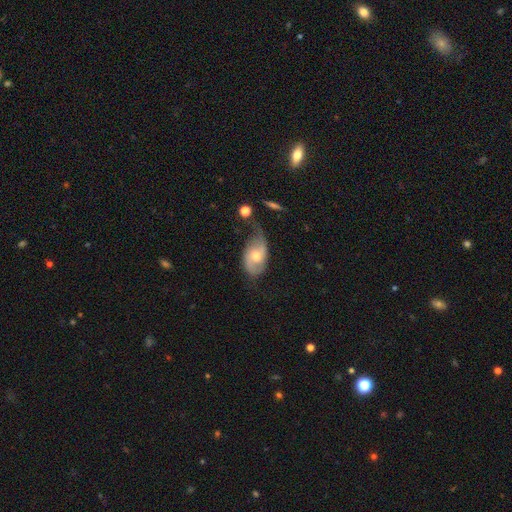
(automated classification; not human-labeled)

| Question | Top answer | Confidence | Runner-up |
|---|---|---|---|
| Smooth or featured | featured or disk | 58% | smooth (35%) |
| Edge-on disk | no | 94% | yes (6%) |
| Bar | no | 57% | weak (35%) |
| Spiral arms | yes | 78% | no (22%) |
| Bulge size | moderate | 70% | small (22%) |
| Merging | none | 35% | minor disturbance (34%) |